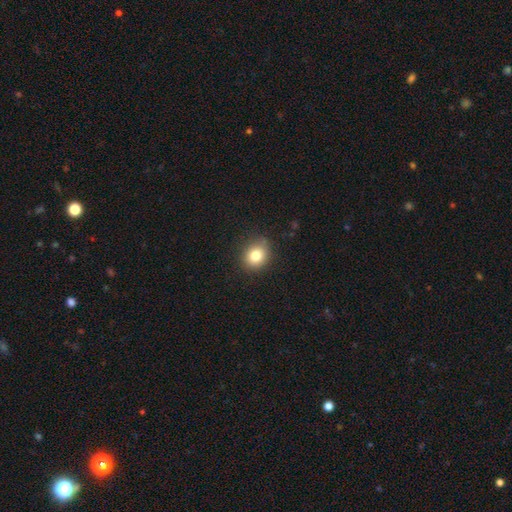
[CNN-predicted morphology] type=smooth (81%); roundness=round (66%); merging=none (84%).